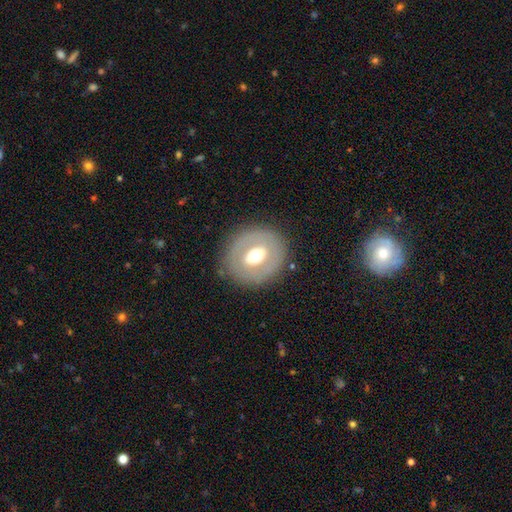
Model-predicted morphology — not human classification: A featured or disk galaxy (50%).

Vote fractions:
- Smooth or featured? featured or disk: 50% / smooth: 43% / star or artifact: 8%
- Merging? none: 82% / minor disturbance: 10% / major disturbance: 6% / merger: 1%